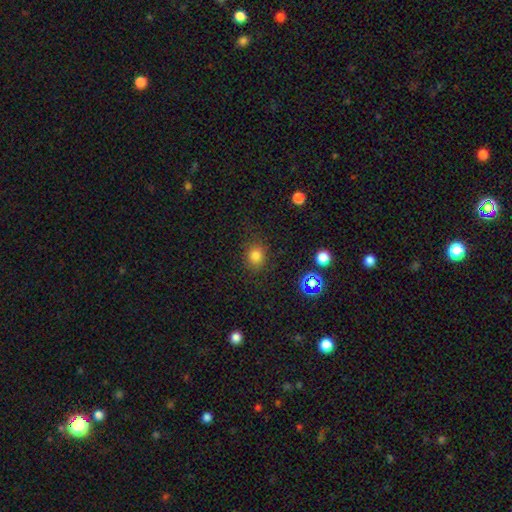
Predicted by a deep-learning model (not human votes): smooth_or_featured: smooth (p=0.78) [alt: star or artifact p=0.16]
how_rounded: round (p=0.73) [alt: in between p=0.26]
merging: none (p=0.83) [alt: minor disturbance p=0.11]